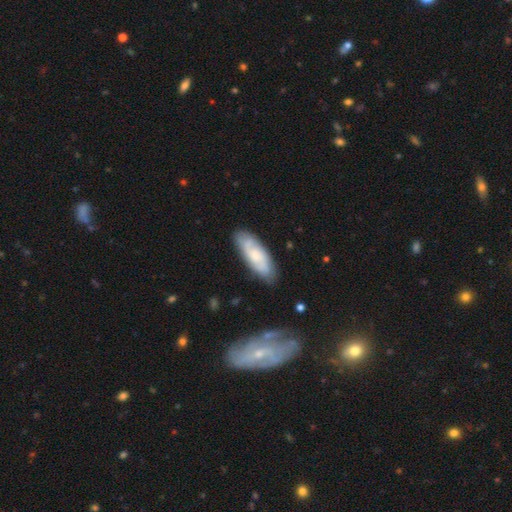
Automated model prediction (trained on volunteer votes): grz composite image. It shows a smooth galaxy with no disk features (48%). Merging: none (79%).